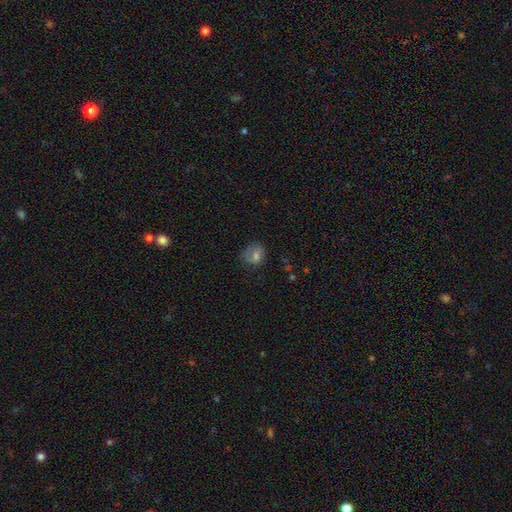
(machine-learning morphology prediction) A smooth galaxy with no disk features (59%) that is round (67%). Merging: none (60%).